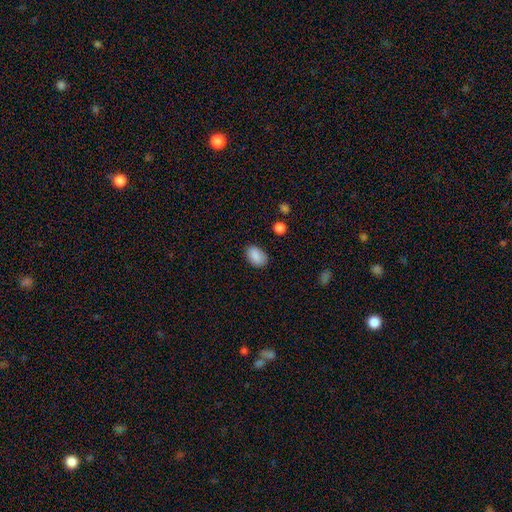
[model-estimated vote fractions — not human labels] This is clearly a smooth galaxy (88%). How rounded: clearly in between (86%). Merging: clearly none (83%).